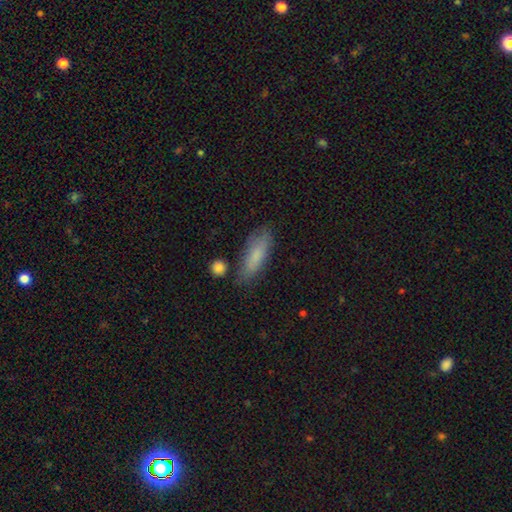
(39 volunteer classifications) A smooth galaxy with no disk features (67%) that is cigar-shaped (62%).

Vote fractions:
- Smooth or featured? smooth: 67% / featured or disk: 26% / star or artifact: 8%
- How rounded? cigar-shaped: 62% / in between: 38% / round: 0%
- Merging? none: 64% / minor disturbance: 19% / major disturbance: 11% / merger: 6%